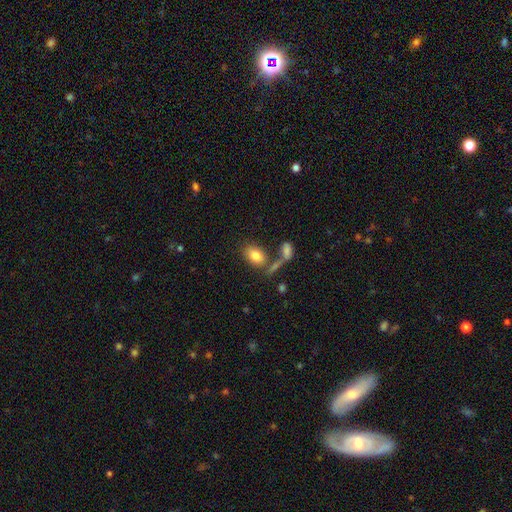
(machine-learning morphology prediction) The model was most divided on "merging": none: 58%, merger: 22%, minor disturbance: 13%, major disturbance: 7%. More confident: how rounded — in between (85%); smooth or featured — smooth (80%).